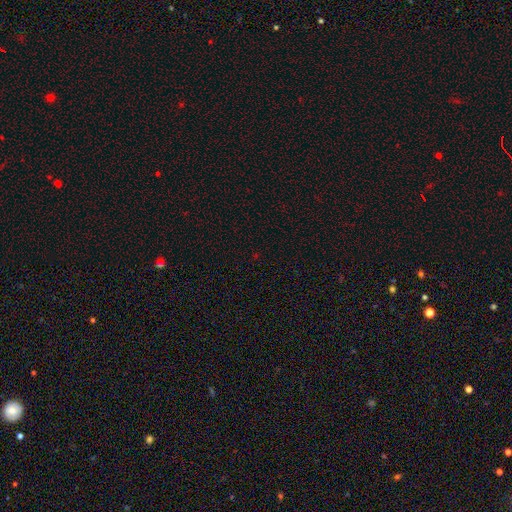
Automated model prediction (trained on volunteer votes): The model was most divided on "smooth or featured": star or artifact: 69%, smooth: 25%, featured or disk: 7%.